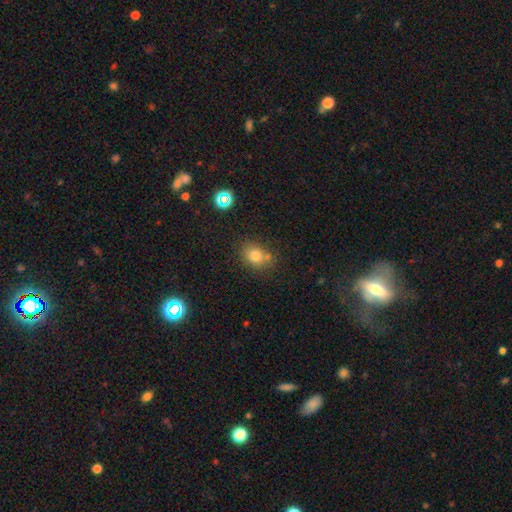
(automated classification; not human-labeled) Smooth or featured?
  - smooth: 77% *
  - star or artifact: 14%
  - featured or disk: 10%
How rounded?
  - round: 55% *
  - in between: 44%
  - cigar-shaped: 1%
Merging?
  - none: 65% *
  - minor disturbance: 15%
  - merger: 15%
  - major disturbance: 5%